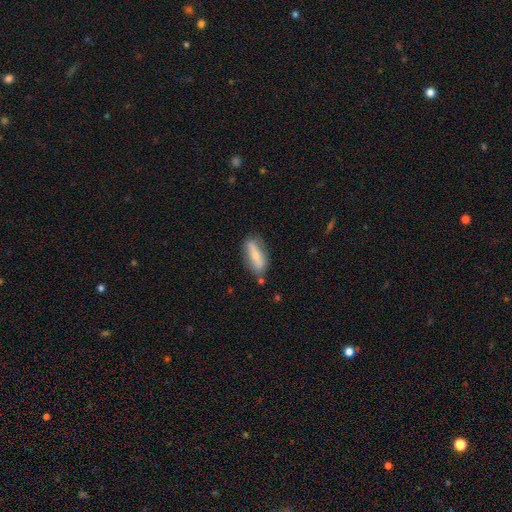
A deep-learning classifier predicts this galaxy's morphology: Smooth or featured? smooth (54%)
How rounded? in between (60%)
Merging? none (74%)